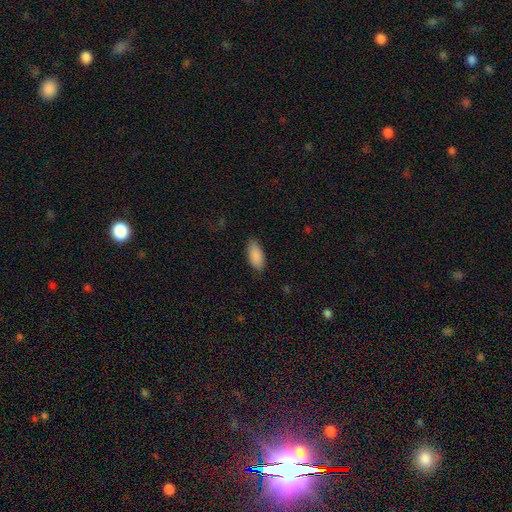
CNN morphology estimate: Smooth or featured? smooth (90%)
How rounded? in between (90%)
Merging? none (86%)